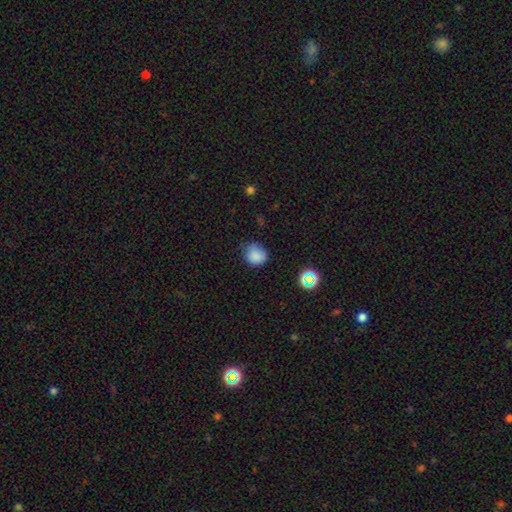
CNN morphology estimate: Smooth or featured? smooth (83%)
How rounded? round (81%)
Merging? none (68%)